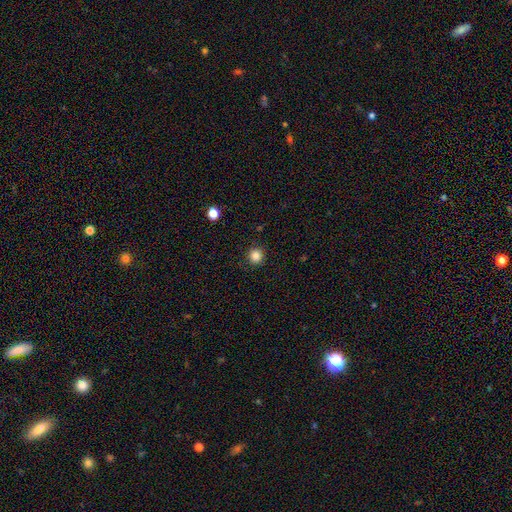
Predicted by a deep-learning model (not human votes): smooth-or-featured: smooth: 84% | star or artifact: 12% | featured or disk: 5%
  how-rounded: round: 94% | in between: 5% | cigar-shaped: 1%
  merging: none: 91% | minor disturbance: 6% | major disturbance: 2% | merger: 1%